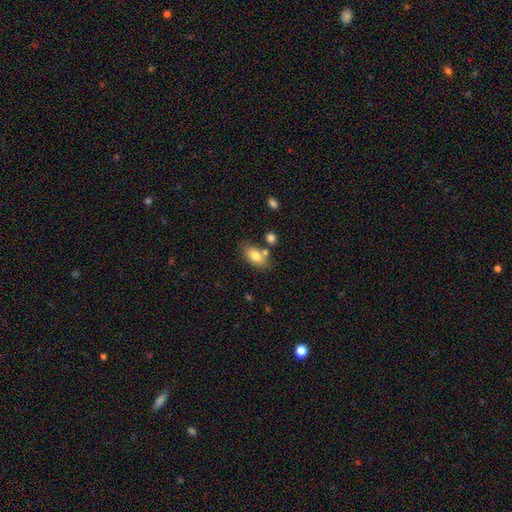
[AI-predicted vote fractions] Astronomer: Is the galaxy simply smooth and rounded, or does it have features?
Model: smooth — 79%.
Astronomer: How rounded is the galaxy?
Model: in between — 89%.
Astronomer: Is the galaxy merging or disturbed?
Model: none — 63%.